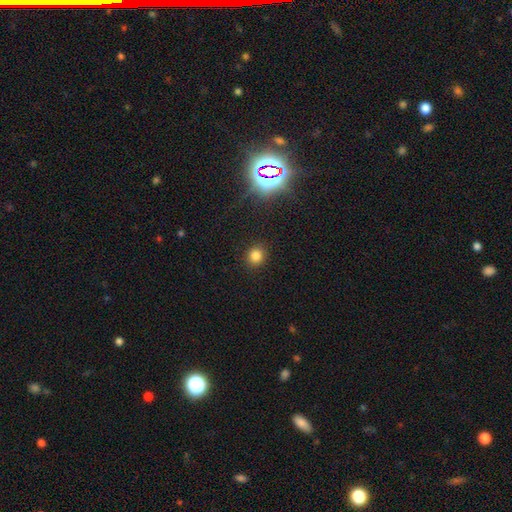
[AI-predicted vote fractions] Overall: smooth (80%). How rounded: round (87%). Merging: none (91%).